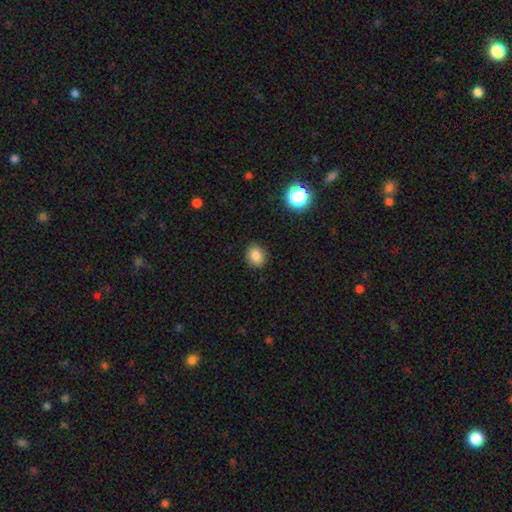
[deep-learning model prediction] smooth 84%, star or artifact 11%, featured or disk 5%. Down the decision tree: how rounded — round (63%); merging — none (89%).